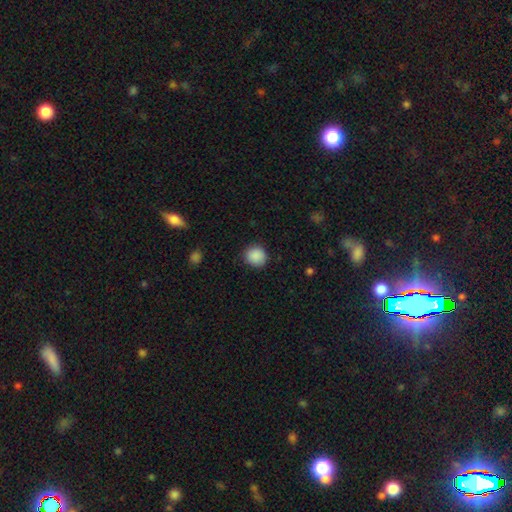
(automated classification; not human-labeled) Q: Smooth or featured?
A: smooth (89%); runner-up: star or artifact (8%)
Q: How rounded?
A: round (87%); runner-up: in between (12%)
Q: Merging?
A: none (88%); runner-up: minor disturbance (9%)